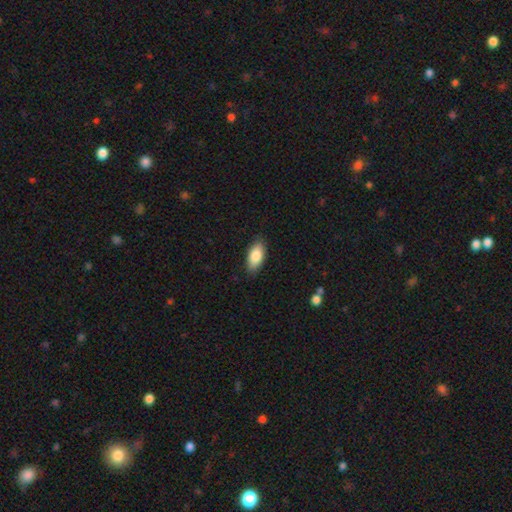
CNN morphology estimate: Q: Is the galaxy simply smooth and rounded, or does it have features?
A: smooth — 85%.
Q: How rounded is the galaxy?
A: in between — 90%.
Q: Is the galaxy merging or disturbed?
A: none — 86%.